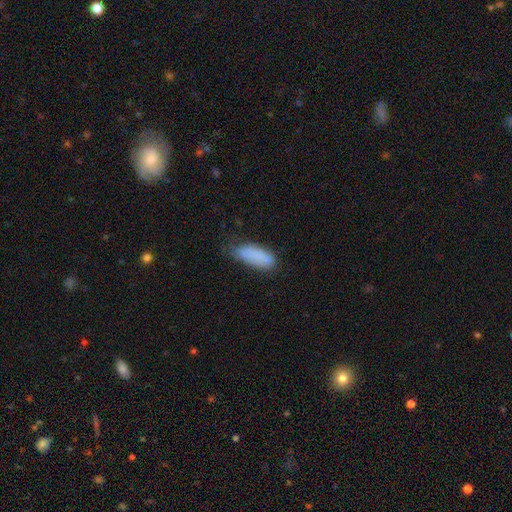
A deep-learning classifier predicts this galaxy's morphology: smooth-or-featured: smooth: 83% | featured or disk: 9% | star or artifact: 8%
  how-rounded: in between: 76% | cigar-shaped: 22% | round: 2%
  merging: none: 51% | minor disturbance: 36% | major disturbance: 11% | merger: 2%